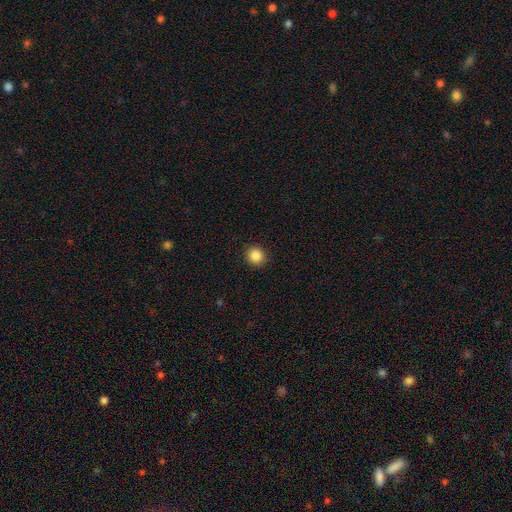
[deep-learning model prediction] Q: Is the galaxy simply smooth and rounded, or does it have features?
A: smooth — 87%.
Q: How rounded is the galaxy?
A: round — 89%.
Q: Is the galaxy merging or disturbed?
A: none — 92%.